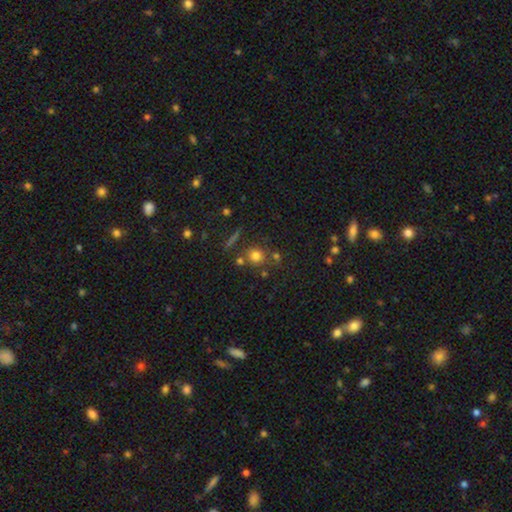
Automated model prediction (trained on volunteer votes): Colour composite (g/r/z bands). It shows a smooth galaxy with no disk features (72%) that is round (89%). Merging: none (69%).